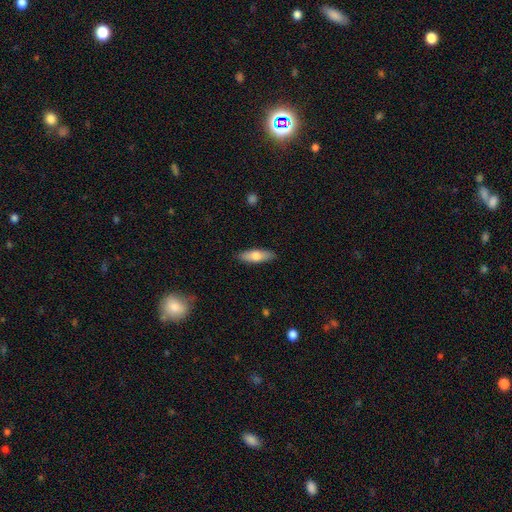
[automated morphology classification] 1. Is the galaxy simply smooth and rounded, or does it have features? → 70% smooth, 24% featured or disk, 6% star or artifact.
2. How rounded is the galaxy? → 52% in between, 46% cigar-shaped, 2% round.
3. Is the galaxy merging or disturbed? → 89% none, 8% minor disturbance, 2% major disturbance, 1% merger.